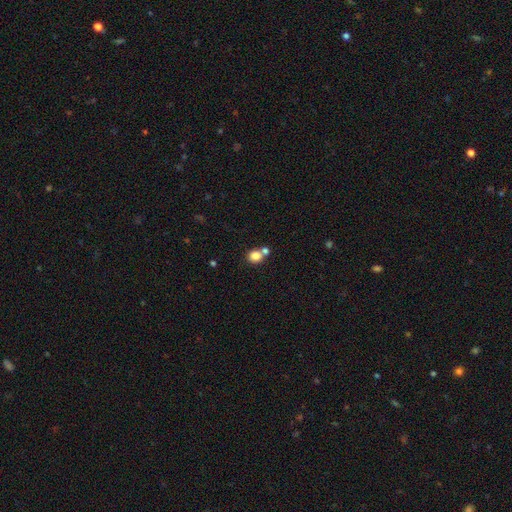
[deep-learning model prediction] This is clearly a smooth galaxy (83%). How rounded: likely round (79%). Merging: possibly none (53%).